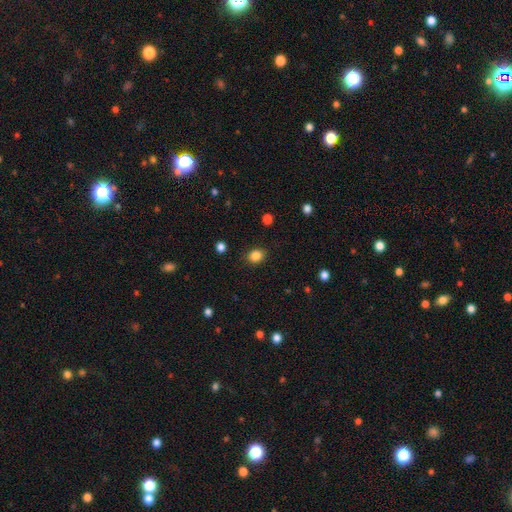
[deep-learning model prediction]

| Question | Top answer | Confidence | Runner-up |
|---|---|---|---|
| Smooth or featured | smooth | 85% | star or artifact (11%) |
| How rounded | round | 57% | in between (42%) |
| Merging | none | 88% | minor disturbance (9%) |